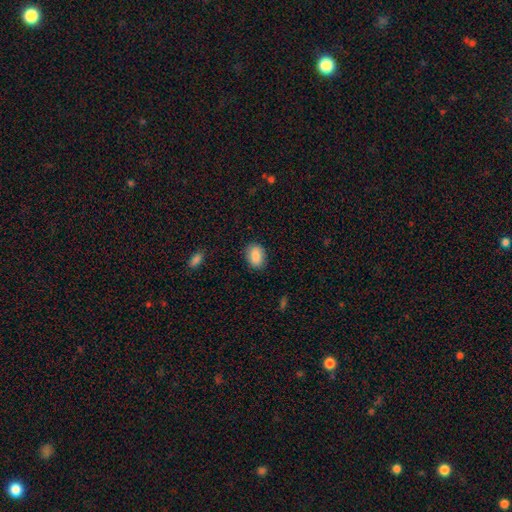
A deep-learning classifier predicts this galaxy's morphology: smooth_or_featured: smooth (p=0.86) [alt: star or artifact p=0.07]
how_rounded: in between (p=0.74) [alt: round p=0.24]
merging: none (p=0.86) [alt: minor disturbance p=0.10]